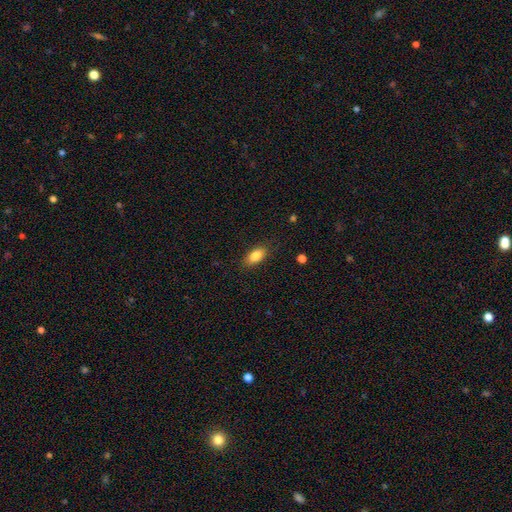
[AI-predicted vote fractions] smooth 84%, featured or disk 8%, star or artifact 8%. Down the decision tree: how rounded — in between (88%); merging — none (85%).